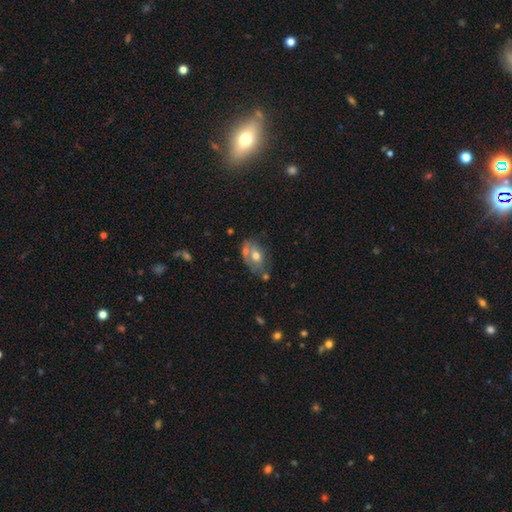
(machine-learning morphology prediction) smooth_or_featured: smooth (p=0.55) [alt: featured or disk p=0.36]
how_rounded: in between (p=0.80) [alt: round p=0.18]
merging: none (p=0.40) [alt: merger p=0.26]